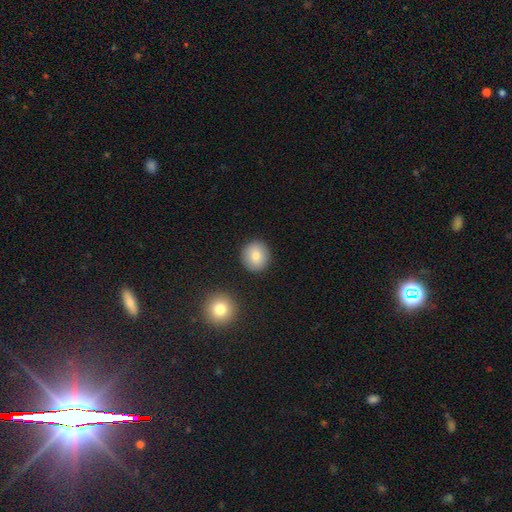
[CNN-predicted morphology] The model was most divided on "smooth or featured": smooth: 82%, featured or disk: 10%, star or artifact: 9%. More confident: how rounded — round (92%); merging — none (89%).